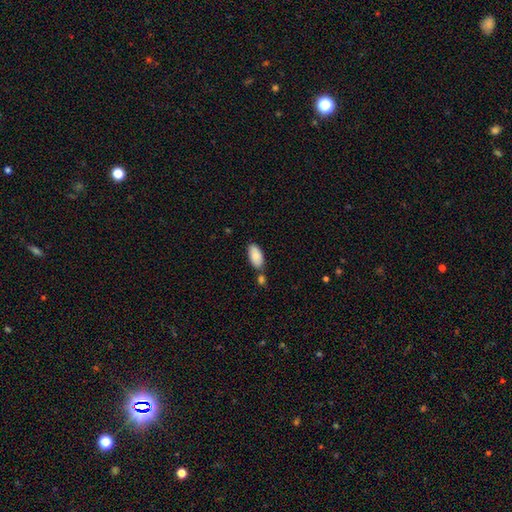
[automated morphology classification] type=smooth (87%); roundness=in between (93%); merging=none (67%).